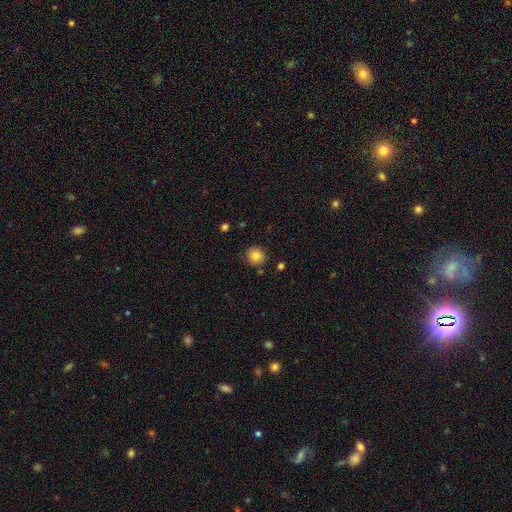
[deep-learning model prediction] Smooth or featured: smooth — 84% (star or artifact — 10%)
How rounded: round — 93% (in between — 6%)
Merging: none — 86% (minor disturbance — 8%)